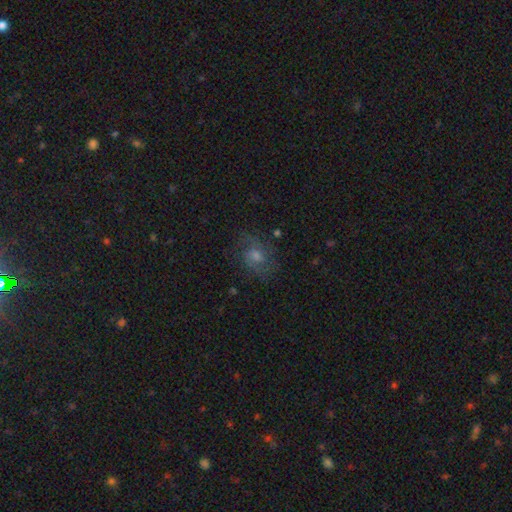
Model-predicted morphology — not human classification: type=featured or disk (62%); edge-on=no (97%); bar=no (54%); spiral arms=yes (90%); winding=medium (52%); arm count=2 (75%); bulge=moderate (52%); merging=none (75%).